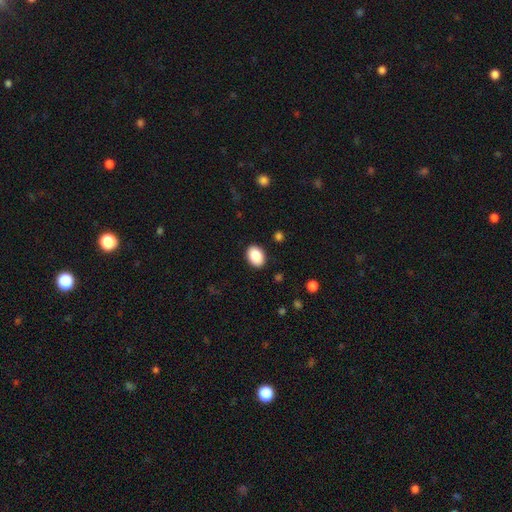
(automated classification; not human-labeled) Q: Smooth or featured?
A: smooth (89%); runner-up: star or artifact (7%)
Q: How rounded?
A: in between (78%); runner-up: round (21%)
Q: Merging?
A: none (89%); runner-up: minor disturbance (8%)